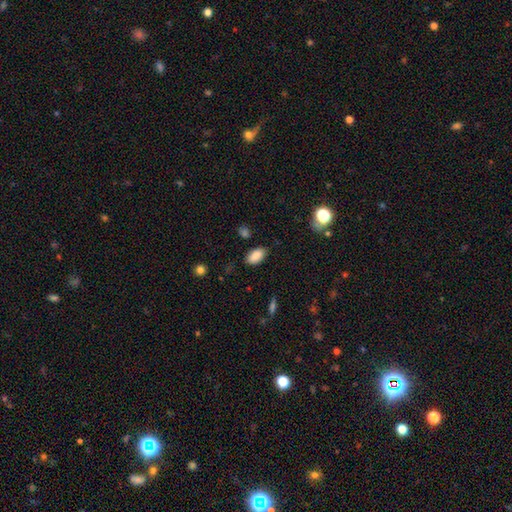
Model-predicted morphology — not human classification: smooth-or-featured: smooth: 86% | star or artifact: 8% | featured or disk: 6%
  how-rounded: in between: 93% | round: 4% | cigar-shaped: 3%
  merging: none: 82% | minor disturbance: 13% | major disturbance: 3% | merger: 2%